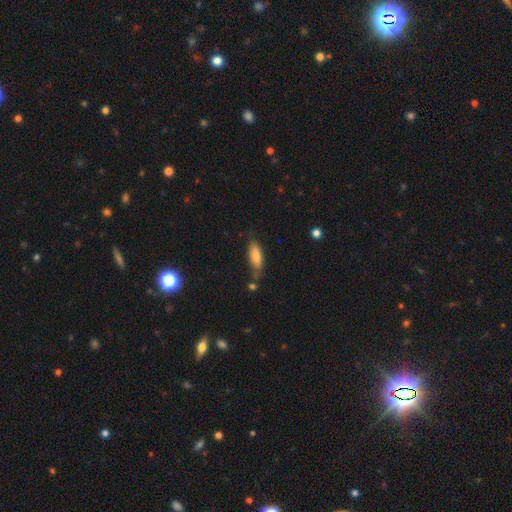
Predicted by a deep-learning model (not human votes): Morphology: type=smooth (75%); roundness=in between (52%); merging=none (62%).